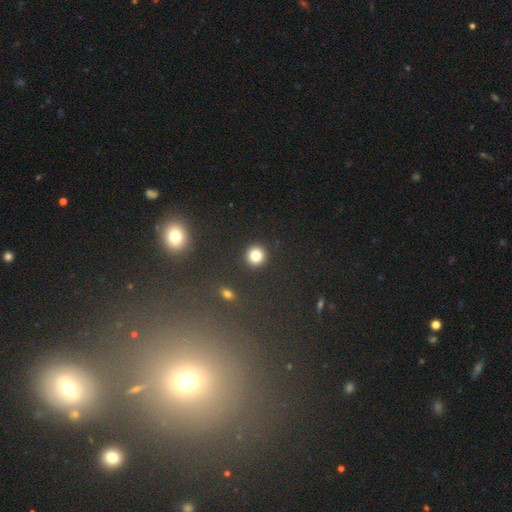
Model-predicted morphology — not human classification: Smooth or featured: smooth — 82% (star or artifact — 13%)
How rounded: round — 94% (in between — 5%)
Merging: none — 92% (minor disturbance — 5%)